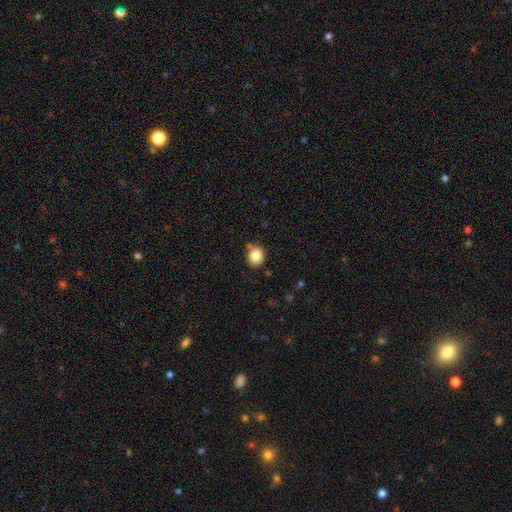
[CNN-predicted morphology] Q: Smooth or featured?
A: smooth (85%); runner-up: star or artifact (9%)
Q: How rounded?
A: round (73%); runner-up: in between (26%)
Q: Merging?
A: none (79%); runner-up: minor disturbance (13%)